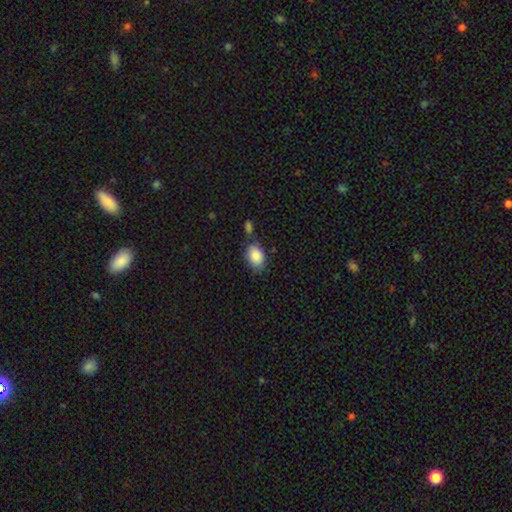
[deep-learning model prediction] Smooth or featured: smooth — 88% (star or artifact — 7%)
How rounded: in between — 85% (round — 14%)
Merging: none — 65% (minor disturbance — 18%)